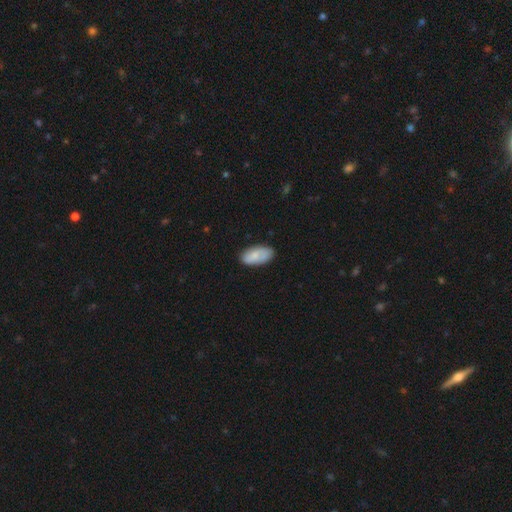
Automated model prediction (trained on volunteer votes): The model was most divided on "smooth or featured": smooth: 76%, featured or disk: 18%, star or artifact: 6%. More confident: how rounded — in between (93%); merging — none (77%).